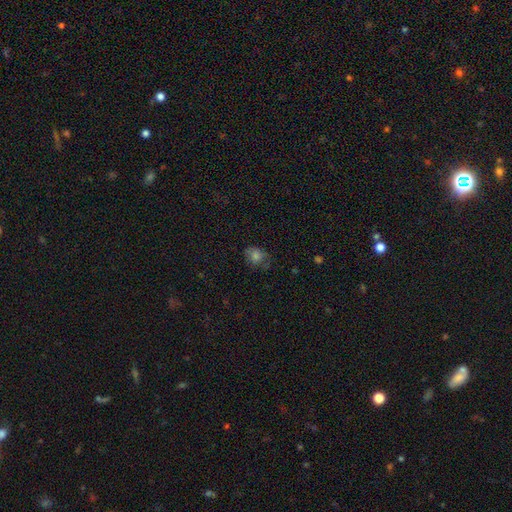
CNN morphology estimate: Smooth or featured? Predicted: smooth (p=0.69). How rounded? Predicted: round (p=0.53). Merging? Predicted: none (p=0.65).